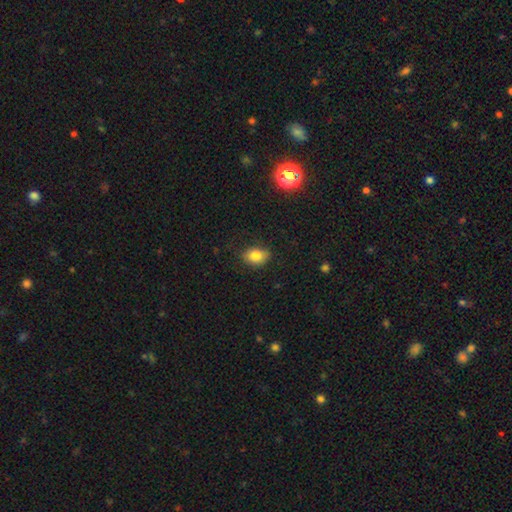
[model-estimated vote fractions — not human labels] Morphology: type=smooth (82%); roundness=in between (74%); merging=none (79%).